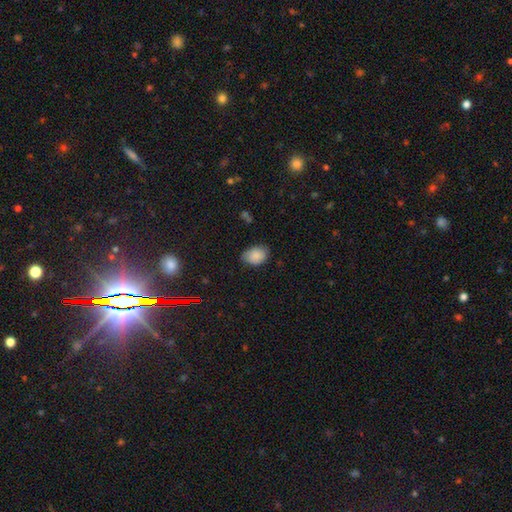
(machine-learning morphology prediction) Smooth or featured?
  - smooth: 85% *
  - star or artifact: 8%
  - featured or disk: 6%
How rounded?
  - in between: 76% *
  - round: 23%
  - cigar-shaped: 1%
Merging?
  - none: 71% *
  - minor disturbance: 24%
  - major disturbance: 4%
  - merger: 1%